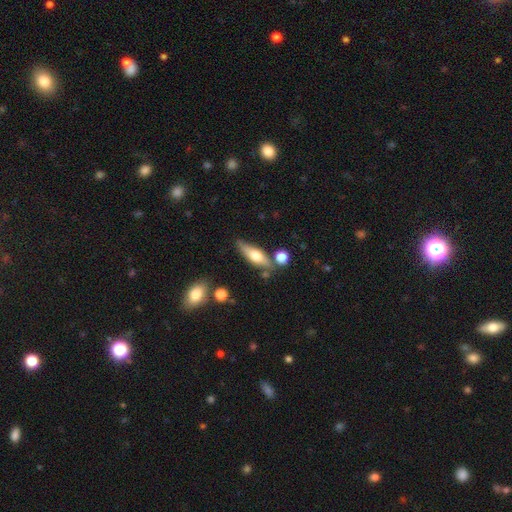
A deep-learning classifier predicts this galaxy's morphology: smooth_or_featured: featured or disk (p=0.47) [alt: smooth p=0.46]
merging: none (p=0.73) [alt: minor disturbance p=0.15]